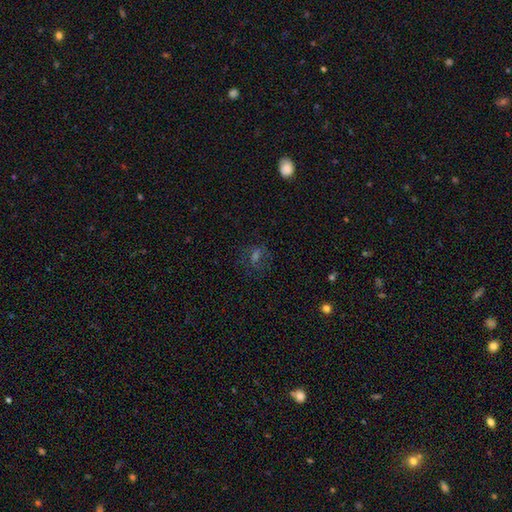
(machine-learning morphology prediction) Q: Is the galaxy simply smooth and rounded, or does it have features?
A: smooth — 37%.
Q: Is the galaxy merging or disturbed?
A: none — 74%.